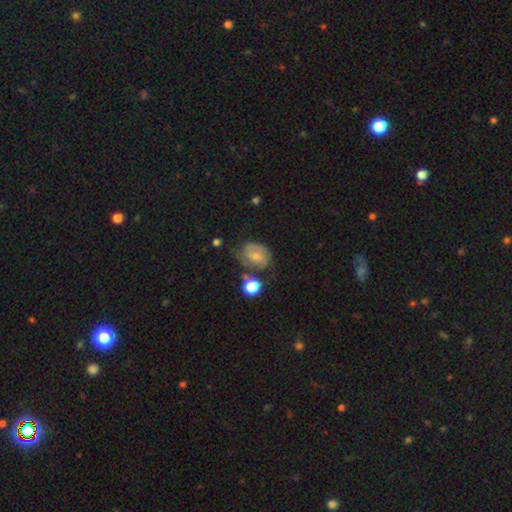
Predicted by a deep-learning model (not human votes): Q: Smooth or featured?
A: featured or disk (53%); runner-up: smooth (38%)
Q: Edge-on disk?
A: no (97%); runner-up: yes (3%)
Q: Bar?
A: no (55%); runner-up: weak (37%)
Q: Spiral arms?
A: yes (77%); runner-up: no (23%)
Q: Bulge size?
A: small (54%); runner-up: moderate (35%)
Q: Merging?
A: none (49%); runner-up: minor disturbance (27%)